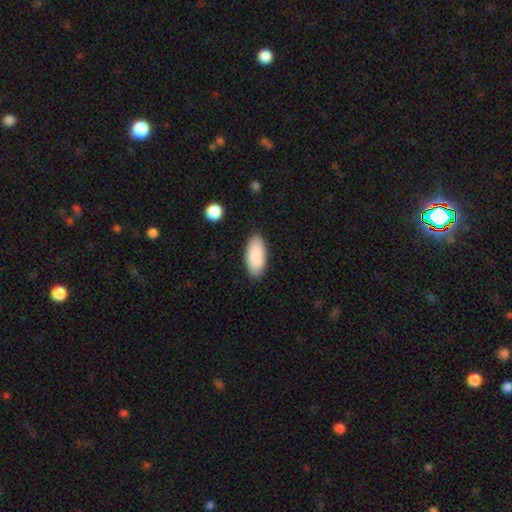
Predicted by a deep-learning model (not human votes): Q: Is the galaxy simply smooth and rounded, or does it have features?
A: smooth — 89%.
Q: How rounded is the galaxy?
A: in between — 89%.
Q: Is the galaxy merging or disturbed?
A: none — 86%.